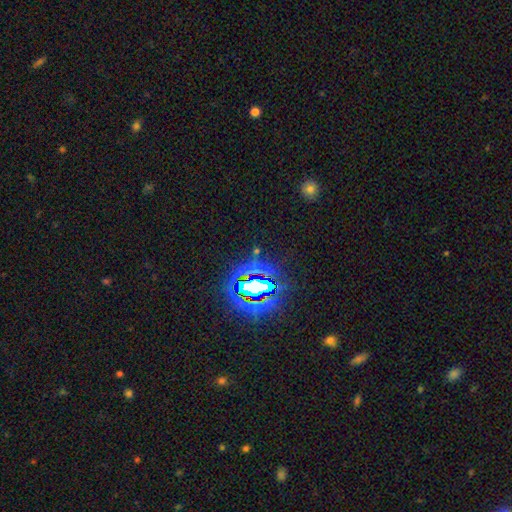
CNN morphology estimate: type=star or artifact (78%).